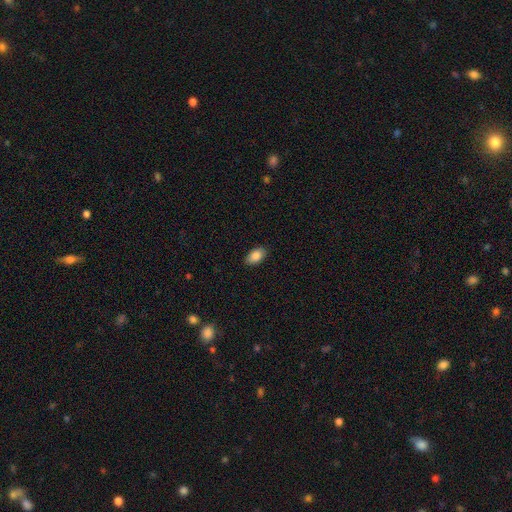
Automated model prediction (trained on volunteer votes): Smooth or featured? smooth (87%)
How rounded? in between (93%)
Merging? none (88%)